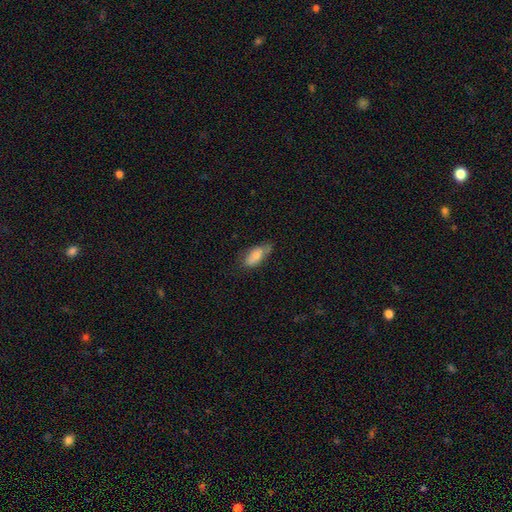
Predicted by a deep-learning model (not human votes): Smooth or featured? smooth (73%)
How rounded? in between (83%)
Merging? none (54%)